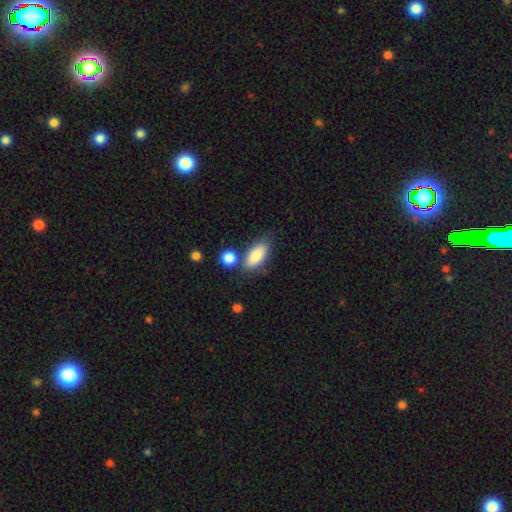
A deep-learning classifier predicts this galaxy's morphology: Smooth or featured? Predicted: smooth (p=0.83). How rounded? Predicted: in between (p=0.86). Merging? Predicted: none (p=0.64).